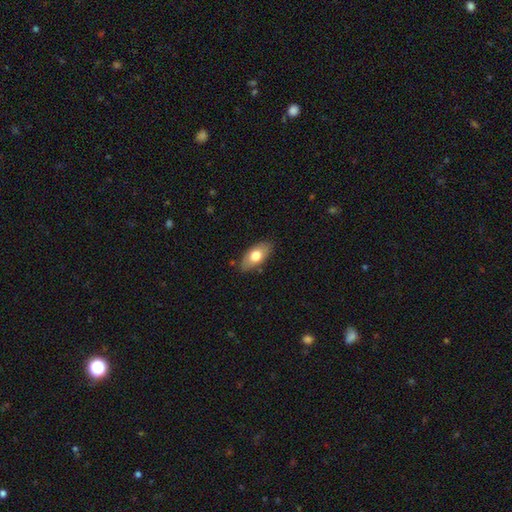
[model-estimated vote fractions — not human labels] The model was most divided on "smooth or featured": smooth: 70%, featured or disk: 24%, star or artifact: 6%. More confident: how rounded — in between (90%); merging — none (83%).